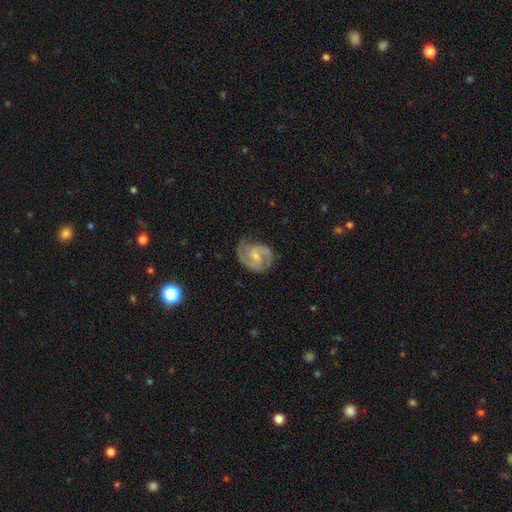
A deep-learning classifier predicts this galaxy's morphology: Q: Smooth or featured?
A: featured or disk (86%); runner-up: smooth (10%)
Q: Edge-on disk?
A: no (98%); runner-up: yes (2%)
Q: Bar?
A: weak (49%); runner-up: no (41%)
Q: Spiral arms?
A: yes (97%); runner-up: no (3%)
Q: Spiral winding?
A: medium (53%); runner-up: tight (34%)
Q: Spiral arm count?
A: 2 (80%); runner-up: 3 (9%)
Q: Bulge size?
A: small (63%); runner-up: moderate (27%)
Q: Merging?
A: none (71%); runner-up: minor disturbance (20%)